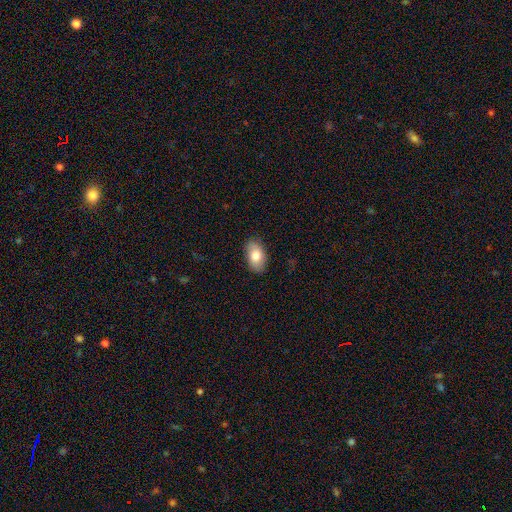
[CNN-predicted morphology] type=smooth (79%); roundness=in between (92%); merging=none (84%).